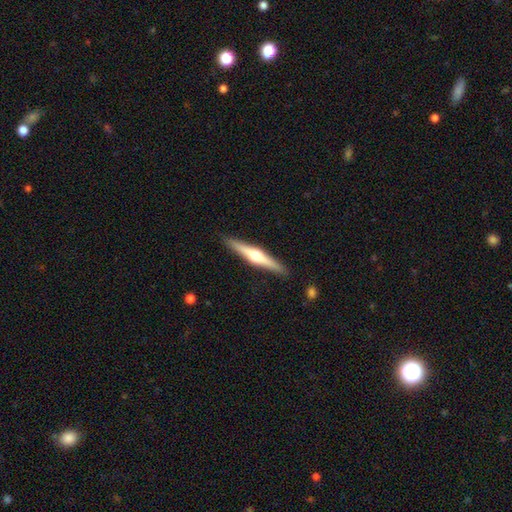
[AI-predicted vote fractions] featured or disk 71%, smooth 24%, star or artifact 5%. Down the decision tree: edge-on disk — yes (98%); edge-on bulge — rounded (93%); merging — none (91%).